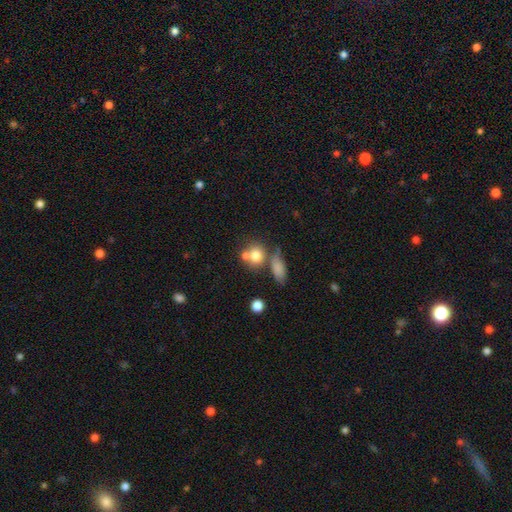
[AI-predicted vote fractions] smooth_or_featured: smooth (p=0.74) [alt: featured or disk p=0.15]
how_rounded: round (p=0.74) [alt: in between p=0.23]
merging: none (p=0.45) [alt: merger p=0.39]